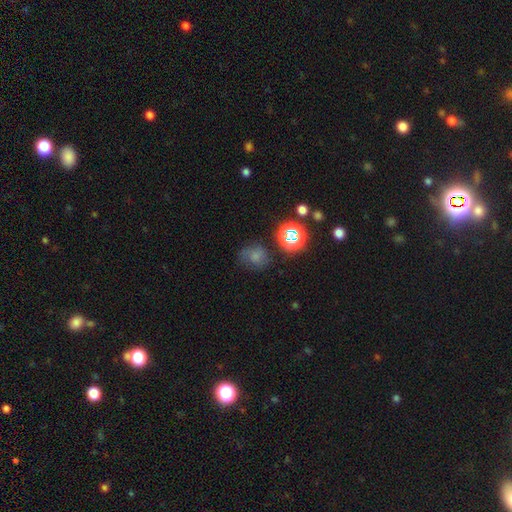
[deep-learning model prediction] The model was most divided on "smooth or featured": smooth: 62%, star or artifact: 25%, featured or disk: 13%. More confident: how rounded — round (73%); merging — none (61%).